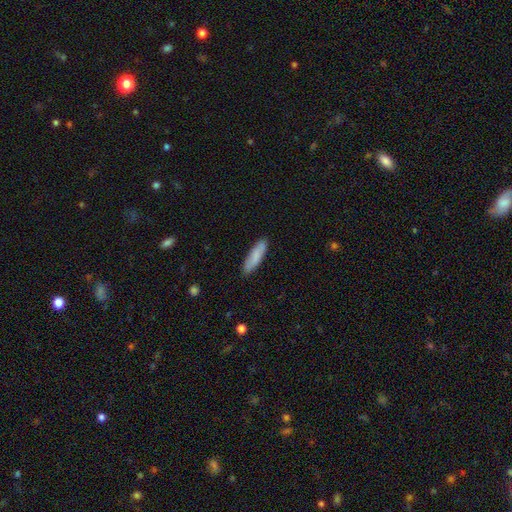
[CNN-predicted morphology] smooth-or-featured: smooth: 83% | featured or disk: 11% | star or artifact: 6%
  how-rounded: cigar-shaped: 68% | in between: 30% | round: 1%
  merging: none: 87% | minor disturbance: 10% | major disturbance: 2% | merger: 1%